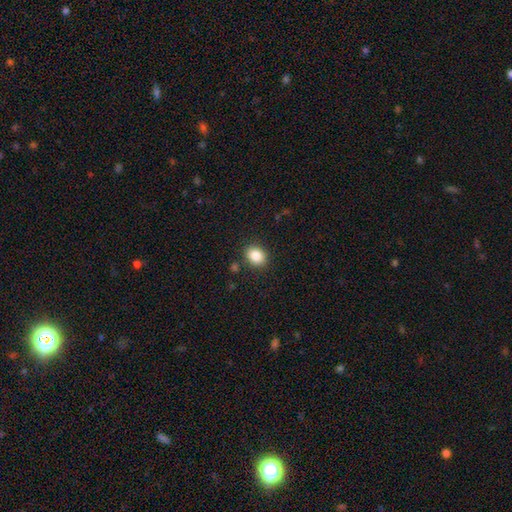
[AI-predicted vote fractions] Q: Smooth or featured?
A: smooth (86%); runner-up: star or artifact (9%)
Q: How rounded?
A: in between (55%); runner-up: round (44%)
Q: Merging?
A: none (86%); runner-up: minor disturbance (9%)